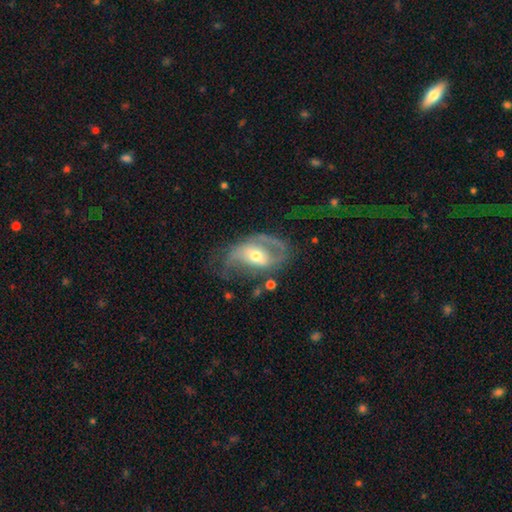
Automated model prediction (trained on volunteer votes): featured or disk 74%, smooth 19%, star or artifact 7%. Down the decision tree: edge-on disk — no (95%); bar — no (40%); spiral arms — yes (80%); spiral arm count — 2 (65%); spiral winding — loose (42%); bulge size — moderate (60%); merging — none (43%).